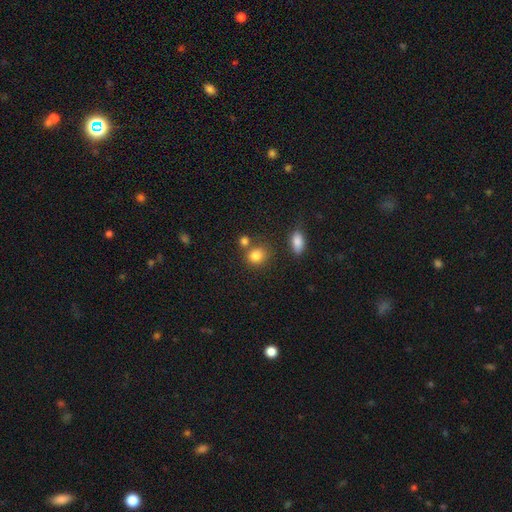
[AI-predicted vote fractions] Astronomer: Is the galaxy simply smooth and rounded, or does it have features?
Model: smooth — 82%.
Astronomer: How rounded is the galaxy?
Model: round — 67%.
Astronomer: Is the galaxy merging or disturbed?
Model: none — 62%.